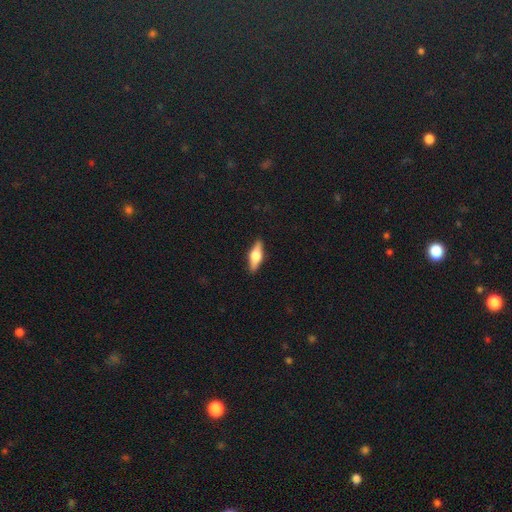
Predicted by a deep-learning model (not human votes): Morphology: type=featured or disk (53%); edge-on=yes (94%); edge-on bulge=rounded (94%); merging=none (90%).